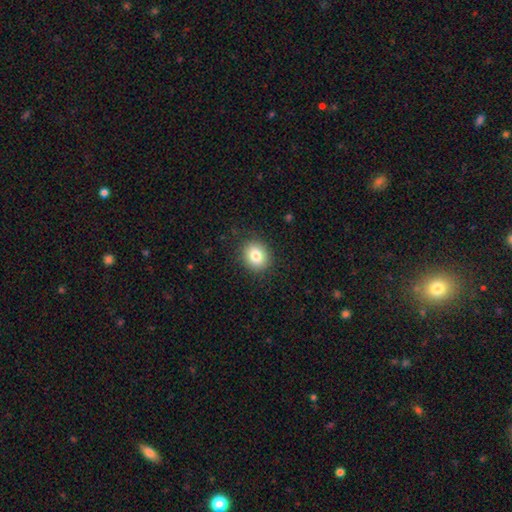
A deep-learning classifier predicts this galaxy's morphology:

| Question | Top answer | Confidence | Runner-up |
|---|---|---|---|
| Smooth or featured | smooth | 83% | star or artifact (10%) |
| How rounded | round | 70% | in between (30%) |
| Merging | none | 89% | minor disturbance (8%) |